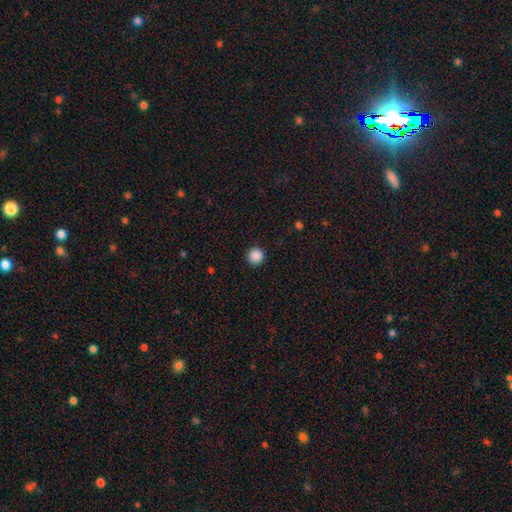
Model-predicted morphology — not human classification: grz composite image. It shows a smooth galaxy with no disk features (88%) that is round (96%). Merging: none (92%).